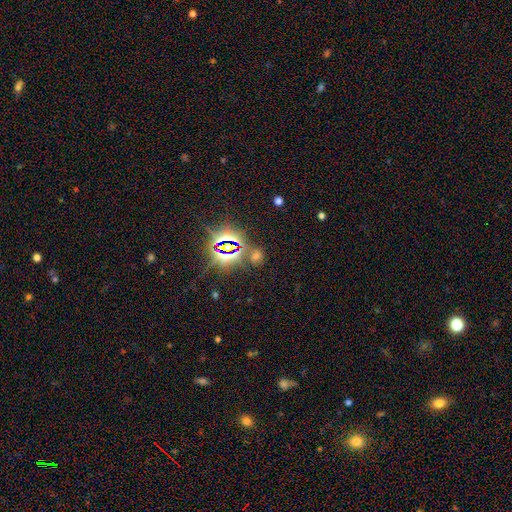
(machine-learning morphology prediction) Overall: star or artifact (61%; smooth 32%).